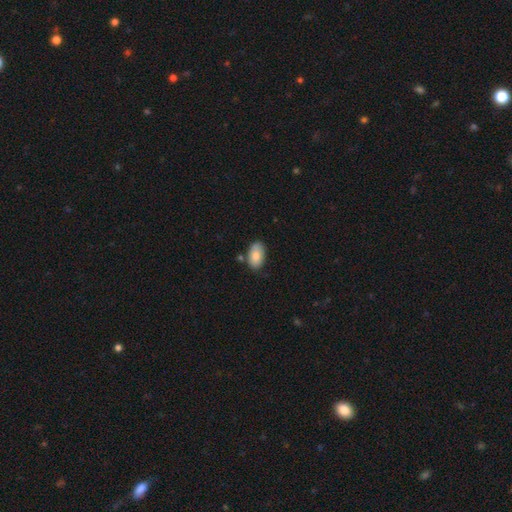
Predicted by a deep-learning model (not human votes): The model was most divided on "merging": none: 72%, minor disturbance: 19%, merger: 6%, major disturbance: 3%. More confident: how rounded — in between (94%); smooth or featured — smooth (84%).